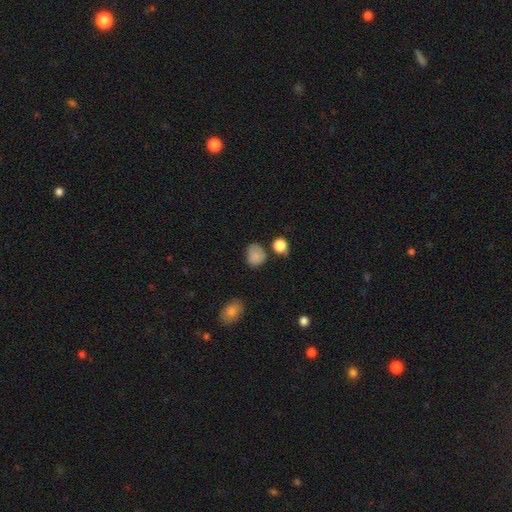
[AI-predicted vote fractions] Smooth or featured?
  - smooth: 83% *
  - star or artifact: 11%
  - featured or disk: 6%
How rounded?
  - round: 58% *
  - in between: 41%
  - cigar-shaped: 1%
Merging?
  - none: 63% *
  - minor disturbance: 25%
  - major disturbance: 7%
  - merger: 6%